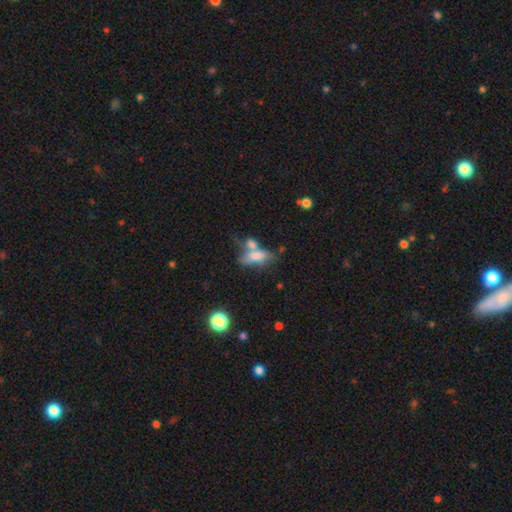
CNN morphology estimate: The model was most divided on "merging": merger: 43%, none: 32%, minor disturbance: 14%, major disturbance: 11%. More confident: how rounded — in between (68%); smooth or featured — smooth (67%).